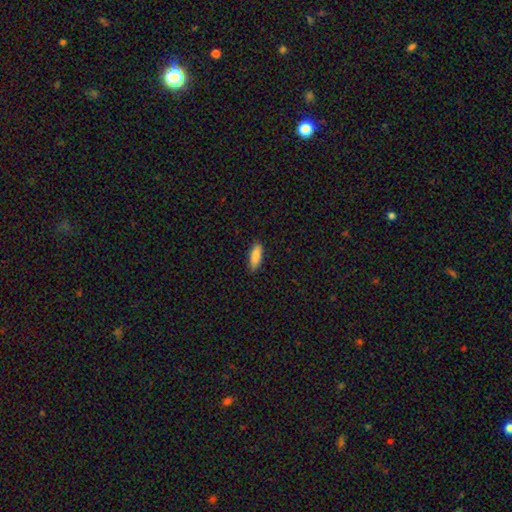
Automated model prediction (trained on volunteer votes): smooth_or_featured: smooth (p=0.86) [alt: featured or disk p=0.08]
how_rounded: in between (p=0.57) [alt: cigar-shaped p=0.41]
merging: none (p=0.87) [alt: minor disturbance p=0.10]